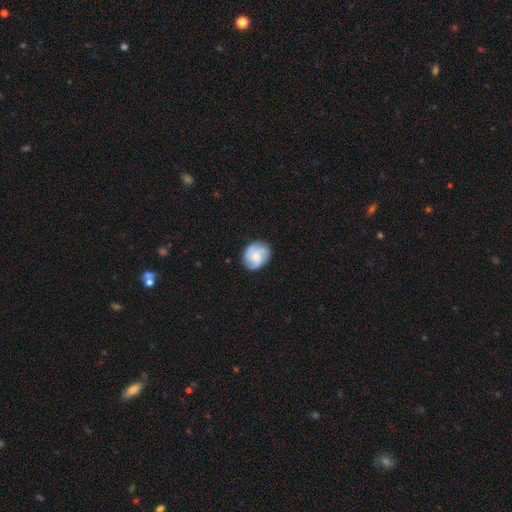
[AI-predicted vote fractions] smooth_or_featured: featured or disk (p=0.63) [alt: smooth p=0.30]
disk_edge_on: no (p=0.98) [alt: yes p=0.02]
bar: no (p=0.72) [alt: weak p=0.25]
has_spiral_arms: yes (p=0.94) [alt: no p=0.06]
spiral_winding: medium (p=0.45) [alt: tight p=0.36]
spiral_arm_count: 3 (p=0.57) [alt: 4 p=0.16]
bulge_size: small (p=0.46) [alt: moderate p=0.41]
merging: none (p=0.79) [alt: minor disturbance p=0.15]